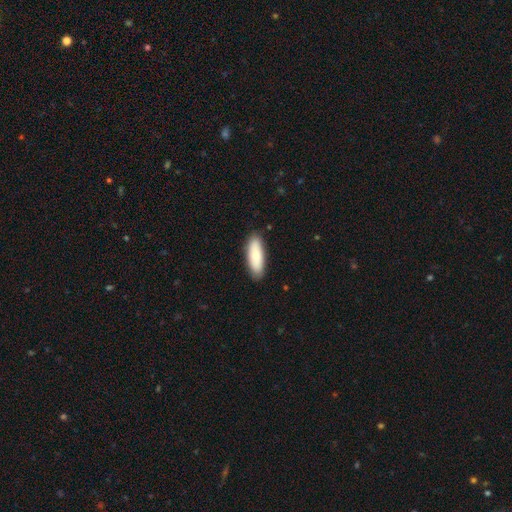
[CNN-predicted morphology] Overall: smooth (75%). How rounded: in between (67%; cigar-shaped 31%). Merging: none (87%).